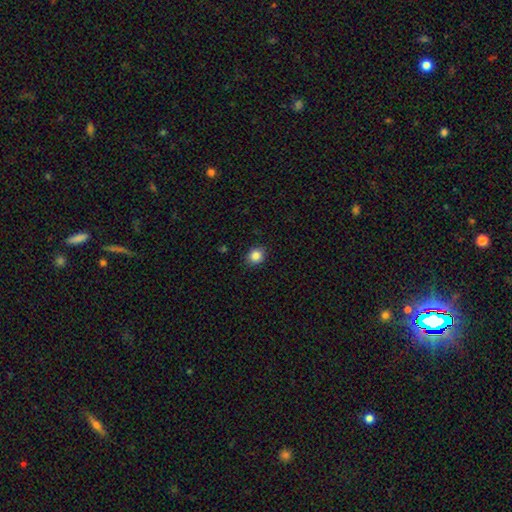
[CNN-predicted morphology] A smooth galaxy with no disk features (86%) that is round (73%). Merging: none (89%).